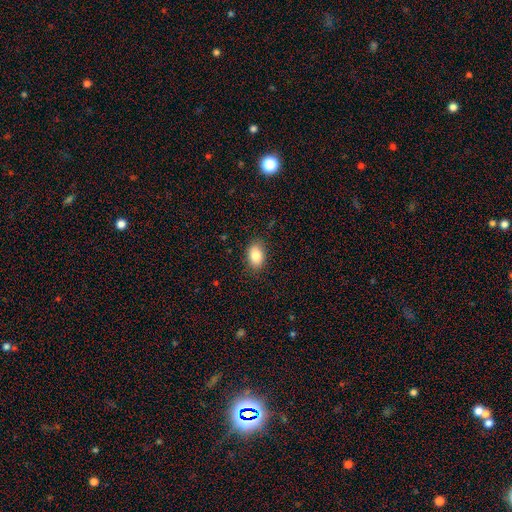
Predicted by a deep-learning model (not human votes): smooth_or_featured: smooth (p=0.85) [alt: star or artifact p=0.08]
how_rounded: in between (p=0.88) [alt: round p=0.11]
merging: none (p=0.87) [alt: minor disturbance p=0.10]